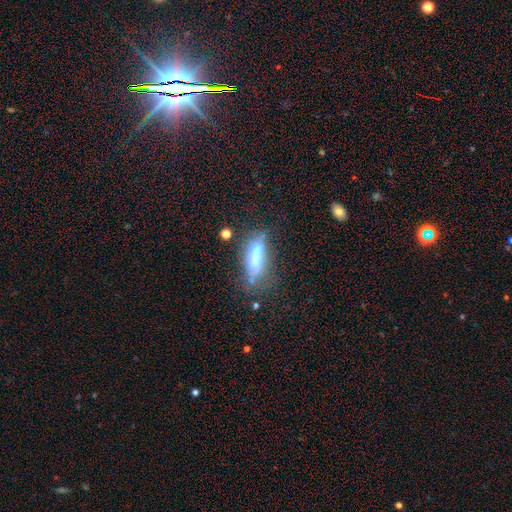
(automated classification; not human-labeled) smooth_or_featured: featured or disk (p=0.45) [alt: smooth p=0.43]
merging: none (p=0.33) [alt: merger p=0.24]